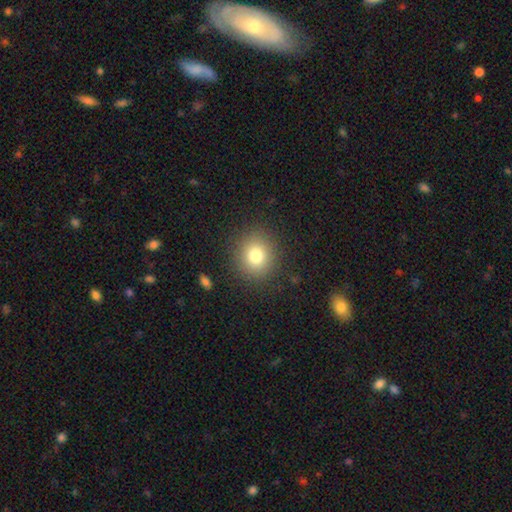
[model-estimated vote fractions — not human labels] smooth_or_featured: smooth (p=0.79) [alt: star or artifact p=0.12]
how_rounded: round (p=0.84) [alt: in between p=0.15]
merging: none (p=0.88) [alt: minor disturbance p=0.07]